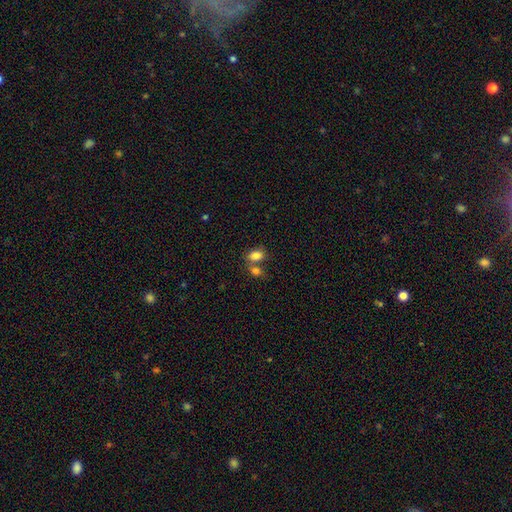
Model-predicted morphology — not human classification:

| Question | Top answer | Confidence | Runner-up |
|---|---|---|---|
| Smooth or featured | smooth | 83% | star or artifact (9%) |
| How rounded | in between | 83% | round (16%) |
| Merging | none | 44% | merger (41%) |